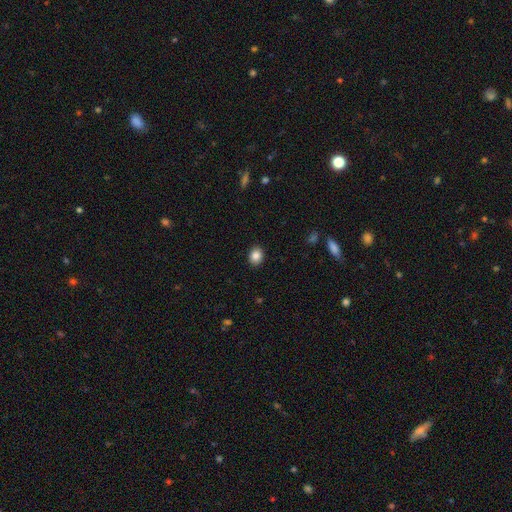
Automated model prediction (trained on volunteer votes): Morphology: type=smooth (86%); roundness=in between (53%); merging=none (90%).